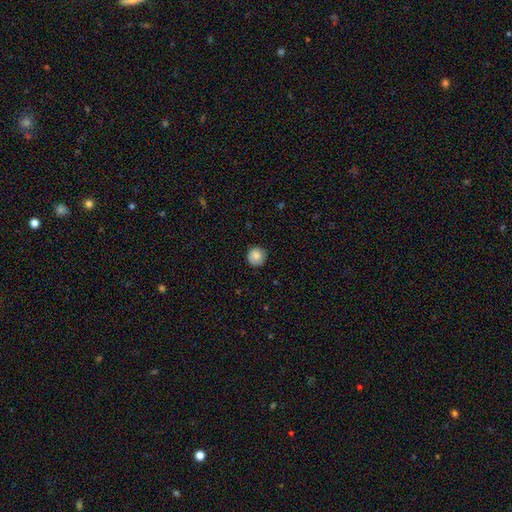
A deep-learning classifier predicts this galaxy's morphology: The model was most divided on "smooth or featured": smooth: 87%, star or artifact: 8%, featured or disk: 5%. More confident: how rounded — round (94%); merging — none (88%).